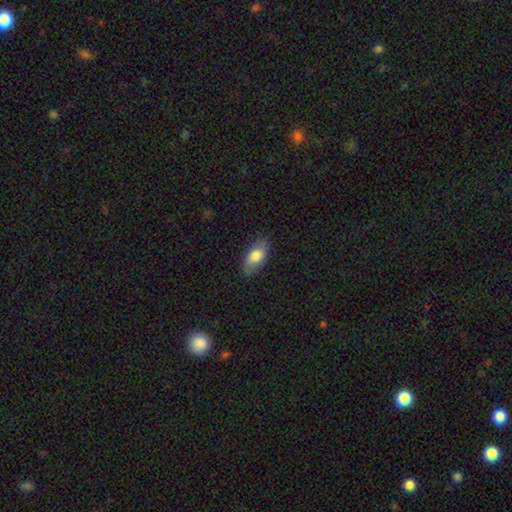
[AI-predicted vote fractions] Morphology: type=smooth (77%); roundness=in between (89%); merging=none (83%).